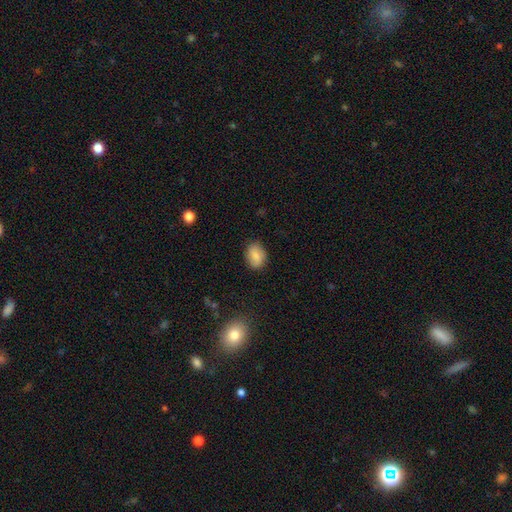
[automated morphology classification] A smooth galaxy with no disk features (80%) that is in between round and cigar-shaped (67%). Merging: none (83%).